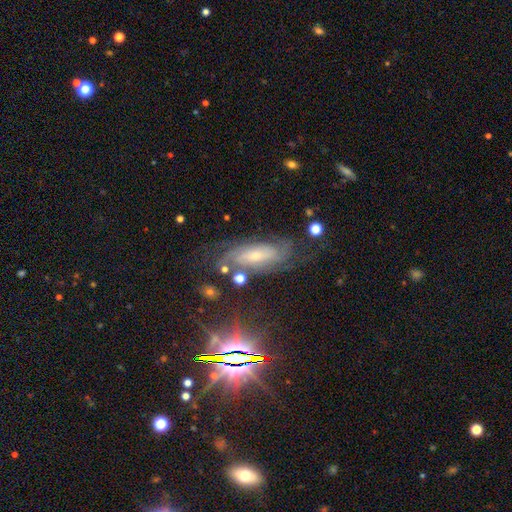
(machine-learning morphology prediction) Overall: featured or disk (72%). Edge-on disk: no (86%). Bar: no (54%; weak 33%). Spiral arms: yes (92%). Spiral arm count: can't tell (44%; 2 29%). Spiral winding: tight (56%; medium 34%). Bulge size: small (56%; moderate 36%). Merging: none (67%).